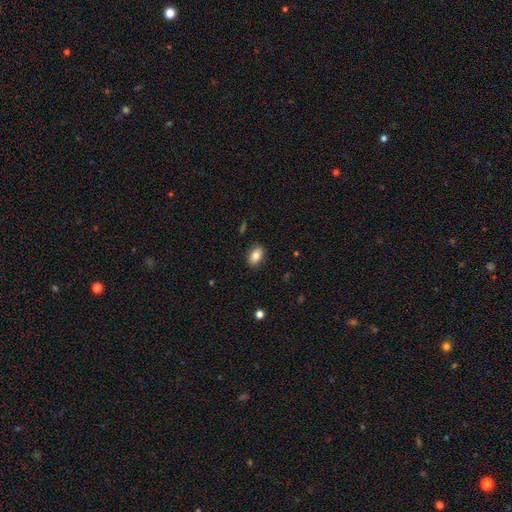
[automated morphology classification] Smooth or featured? Predicted: smooth (p=0.84). How rounded? Predicted: in between (p=0.87). Merging? Predicted: none (p=0.88).